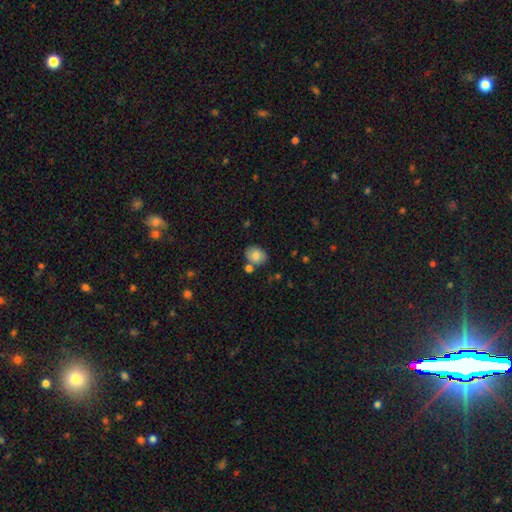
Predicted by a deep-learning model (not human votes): smooth 78%, featured or disk 13%, star or artifact 8%. Down the decision tree: how rounded — in between (55%); merging — none (69%).